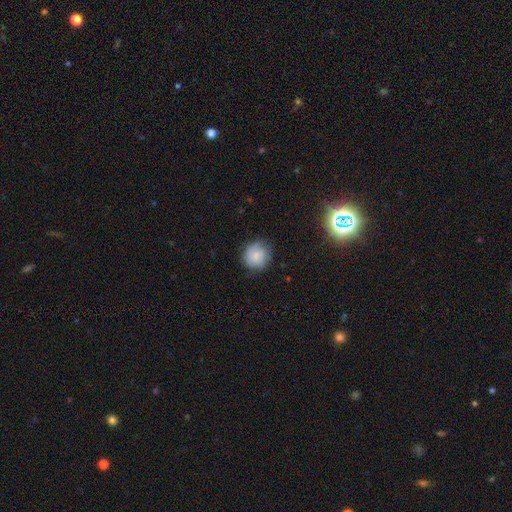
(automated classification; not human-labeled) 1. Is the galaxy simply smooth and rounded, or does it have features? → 72% smooth, 20% featured or disk, 8% star or artifact.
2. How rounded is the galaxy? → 89% round, 10% in between, 1% cigar-shaped.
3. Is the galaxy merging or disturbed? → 76% none, 18% minor disturbance, 5% major disturbance, 1% merger.